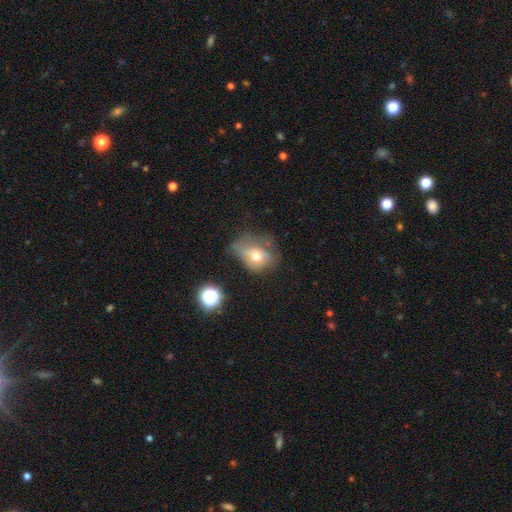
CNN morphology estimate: Smooth or featured? Predicted: smooth (p=0.58). How rounded? Predicted: in between (p=0.53). Merging? Predicted: major disturbance (p=0.35).